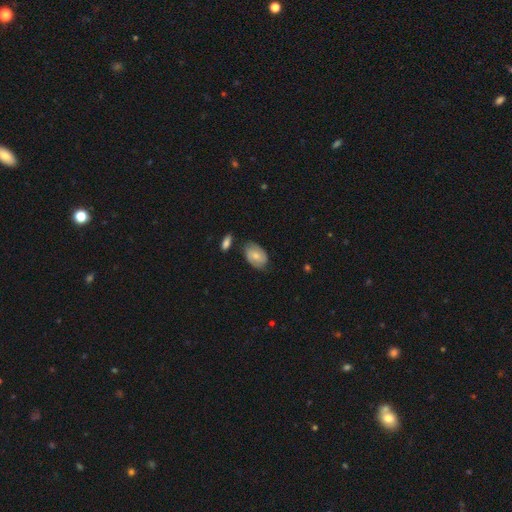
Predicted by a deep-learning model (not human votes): This appears to be a smooth galaxy with no disk features (61%) that is in between round and cigar-shaped (89%). Merging: none (72%).